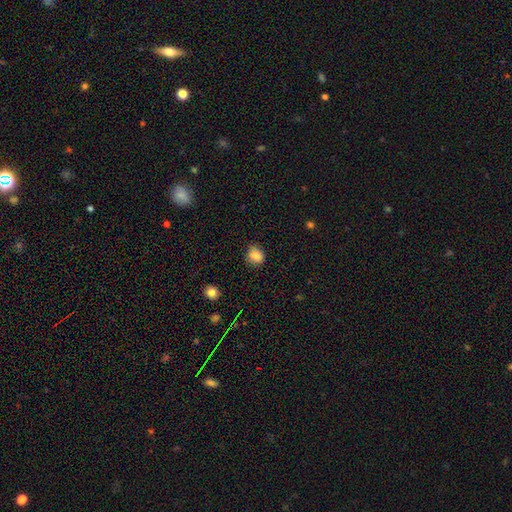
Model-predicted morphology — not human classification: smooth_or_featured: smooth (p=0.84) [alt: star or artifact p=0.11]
how_rounded: round (p=0.66) [alt: in between p=0.33]
merging: none (p=0.74) [alt: minor disturbance p=0.21]